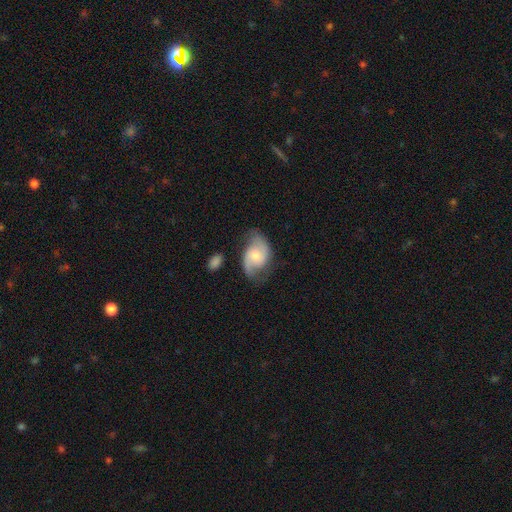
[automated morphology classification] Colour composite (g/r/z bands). It shows a featured or disk galaxy (73%) with no bar (54%), 2 (87%) medium (47%) spiral arms (93%) and a moderate central bulge (50%). Merging: none (65%).